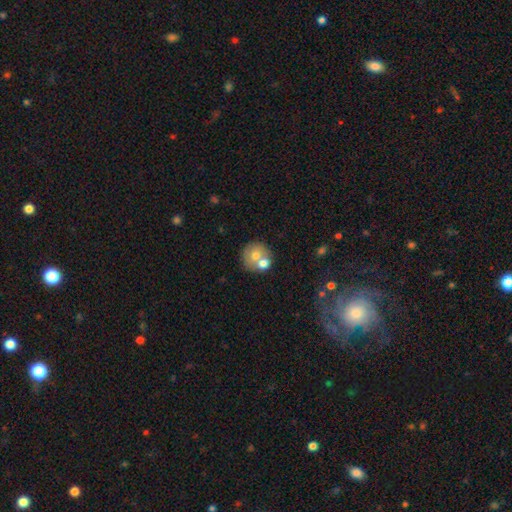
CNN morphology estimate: Overall: smooth (65%; featured or disk 27%). How rounded: round (84%). Merging: merger (45%; none 42%).